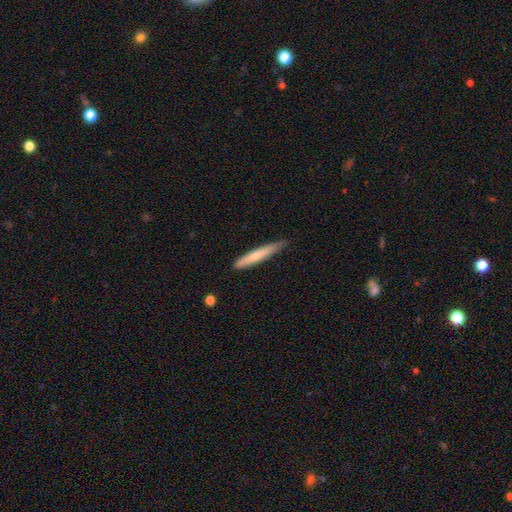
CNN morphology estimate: type=smooth (67%); roundness=cigar-shaped (95%); merging=none (77%).